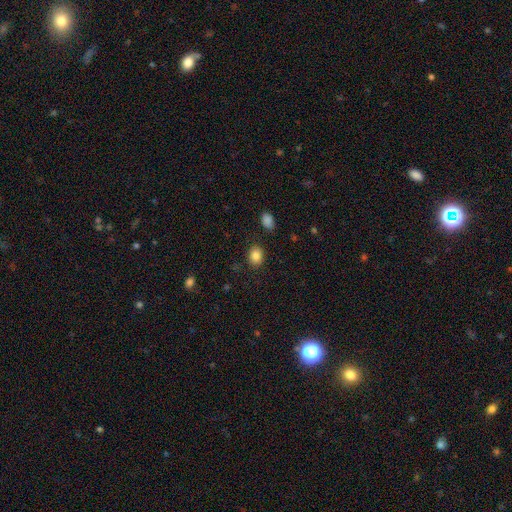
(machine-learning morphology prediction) Smooth or featured? Predicted: smooth (p=0.86). How rounded? Predicted: in between (p=0.51). Merging? Predicted: none (p=0.85).